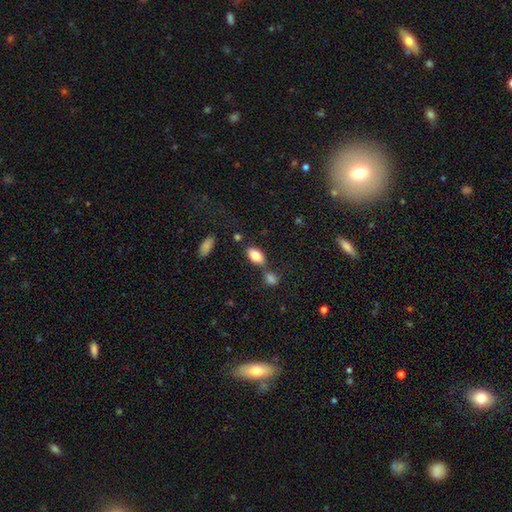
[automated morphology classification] A smooth galaxy with no disk features (83%) that is in between round and cigar-shaped (91%).

Vote fractions:
- Smooth or featured? smooth: 83% / featured or disk: 9% / star or artifact: 8%
- How rounded? in between: 91% / round: 5% / cigar-shaped: 4%
- Merging? none: 61% / merger: 21% / minor disturbance: 14% / major disturbance: 4%